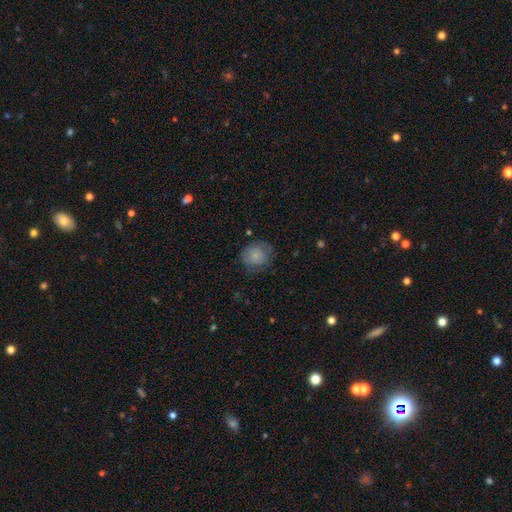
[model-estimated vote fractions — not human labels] Smooth or featured: smooth — 77% (featured or disk — 15%)
How rounded: round — 81% (in between — 18%)
Merging: none — 67% (minor disturbance — 23%)